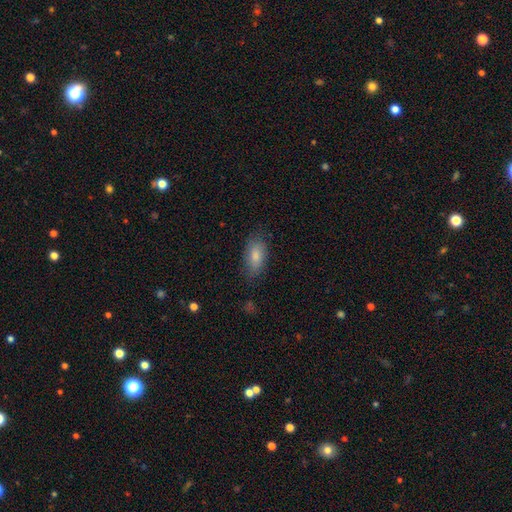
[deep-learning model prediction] smooth-or-featured: smooth: 81% | featured or disk: 12% | star or artifact: 7%
  how-rounded: in between: 90% | cigar-shaped: 7% | round: 4%
  merging: none: 77% | minor disturbance: 17% | major disturbance: 4% | merger: 1%